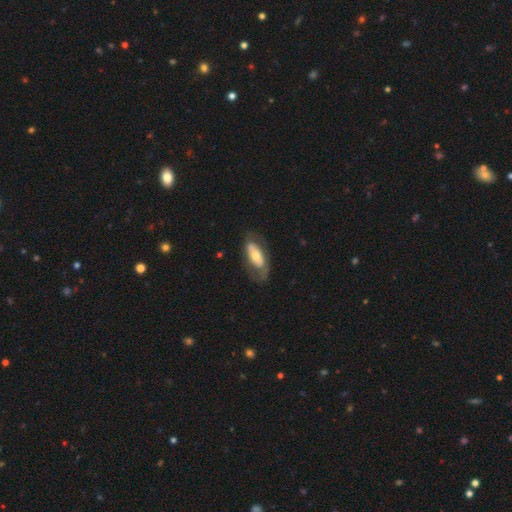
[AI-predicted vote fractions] This is possibly a smooth galaxy (49%). Merging: likely none (61%).